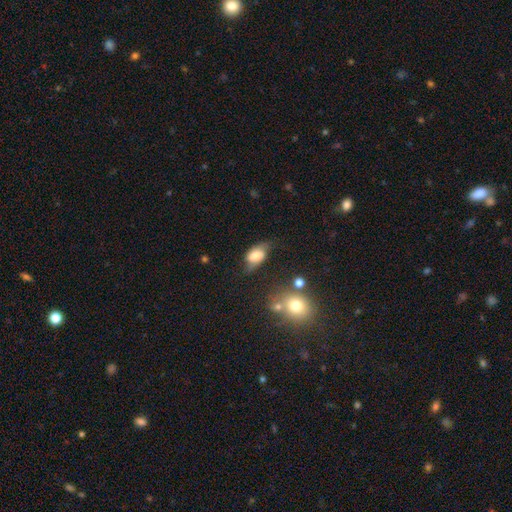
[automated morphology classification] Smooth or featured?
  - smooth: 61% *
  - featured or disk: 30%
  - star or artifact: 9%
How rounded?
  - in between: 88% *
  - round: 9%
  - cigar-shaped: 3%
Merging?
  - none: 51% *
  - minor disturbance: 32%
  - major disturbance: 14%
  - merger: 4%